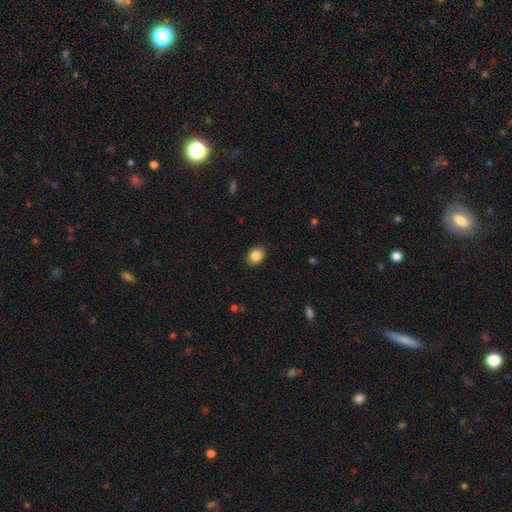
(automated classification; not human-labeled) The model was most divided on "how rounded": in between: 59%, round: 40%, cigar-shaped: 1%. More confident: merging — none (89%); smooth or featured — smooth (86%).